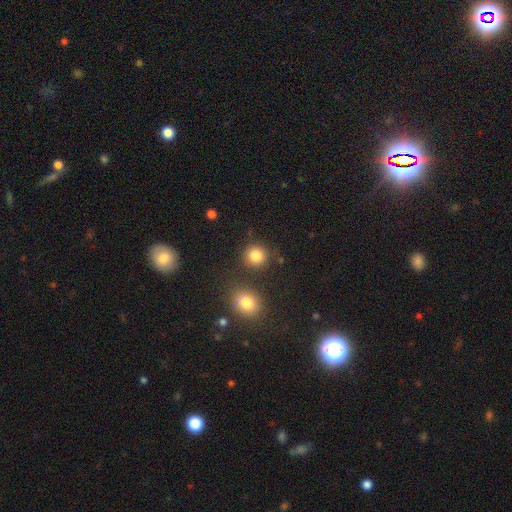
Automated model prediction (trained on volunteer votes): Smooth or featured? smooth (83%)
How rounded? round (89%)
Merging? none (81%)